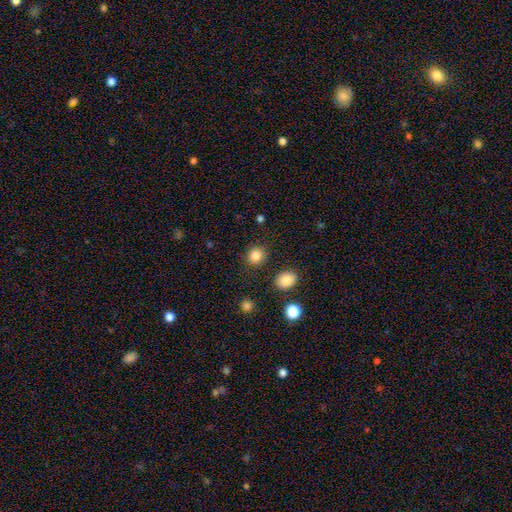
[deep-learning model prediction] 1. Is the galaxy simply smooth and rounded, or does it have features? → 85% smooth, 11% star or artifact, 4% featured or disk.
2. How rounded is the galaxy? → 81% round, 18% in between, 1% cigar-shaped.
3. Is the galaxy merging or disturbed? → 87% none, 7% minor disturbance, 3% major disturbance, 3% merger.